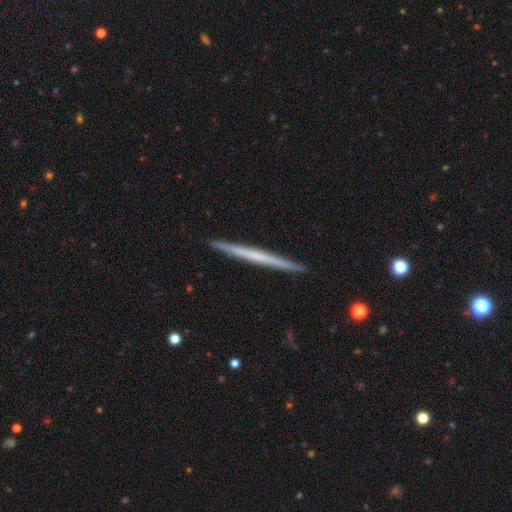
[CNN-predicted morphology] This appears to be a featured or disk galaxy (54%) viewed edge-on (98%) with no central bulge (89%). Merging: none (92%).